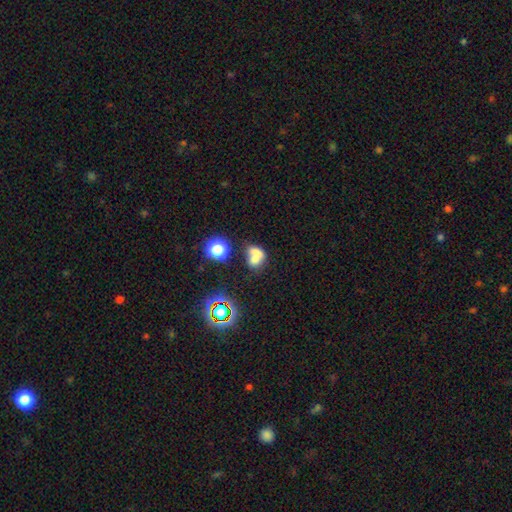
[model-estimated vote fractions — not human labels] Smooth or featured? smooth (62%)
How rounded? in between (53%)
Merging? merger (57%)